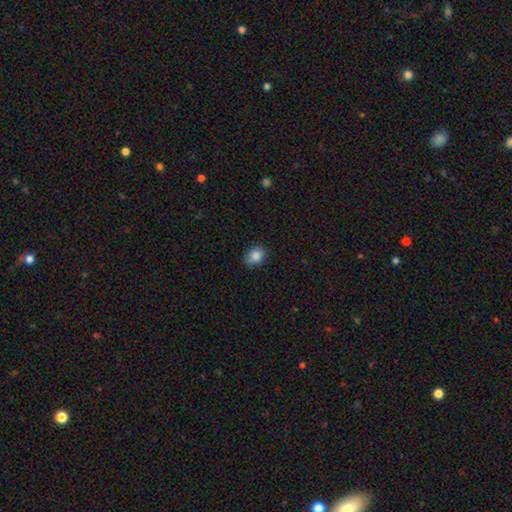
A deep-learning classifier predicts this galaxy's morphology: type=smooth (86%); roundness=in between (61%); merging=none (83%).